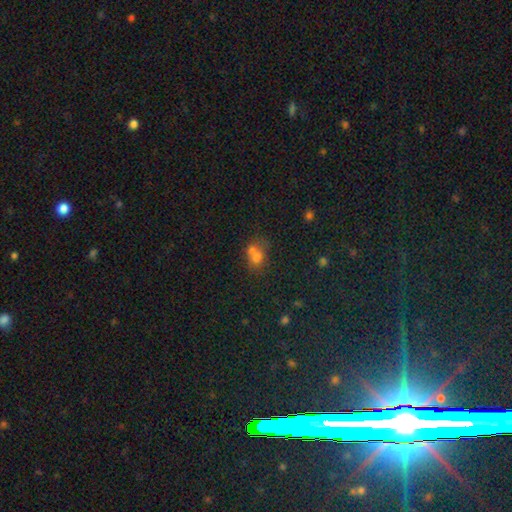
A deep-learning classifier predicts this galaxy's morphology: Overall: smooth (67%). How rounded: round (57%; in between 42%). Merging: merger (59%; none 27%).